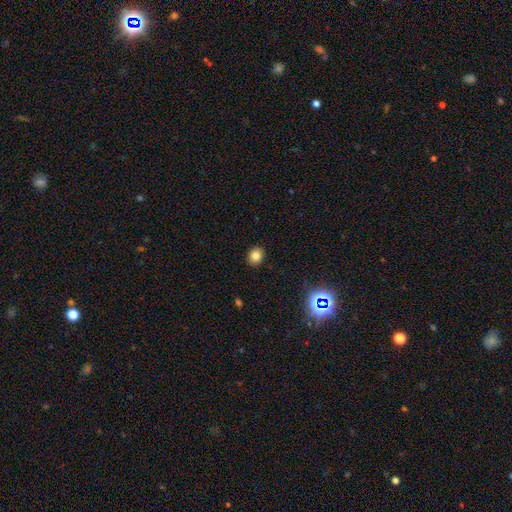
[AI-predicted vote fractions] Smooth or featured? smooth (81%)
How rounded? round (64%)
Merging? none (90%)